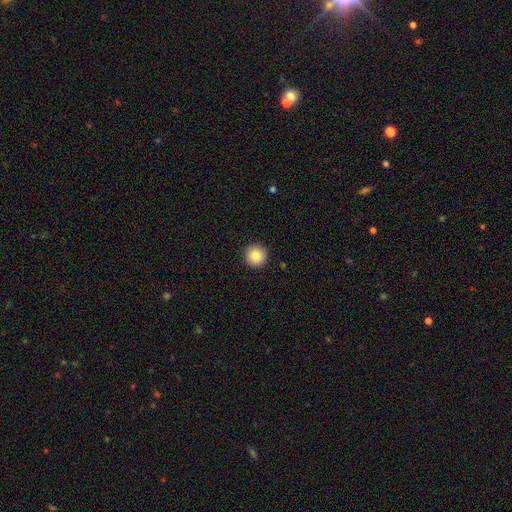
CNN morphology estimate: This appears to be a smooth galaxy with no disk features (86%) that is round (96%). Merging: none (93%).